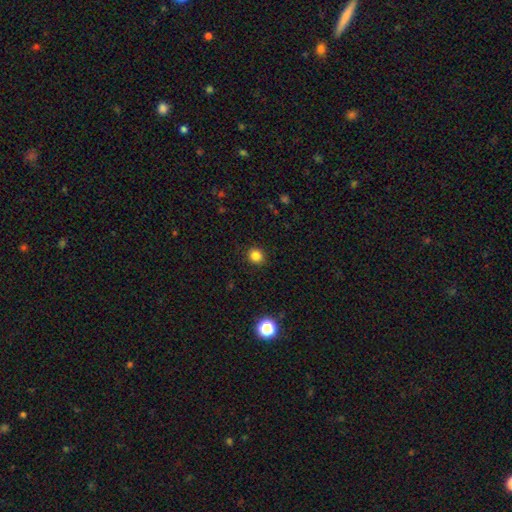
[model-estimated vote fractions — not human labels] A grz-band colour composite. It shows a smooth galaxy with no disk features (84%) that is round (87%). Merging: none (91%).